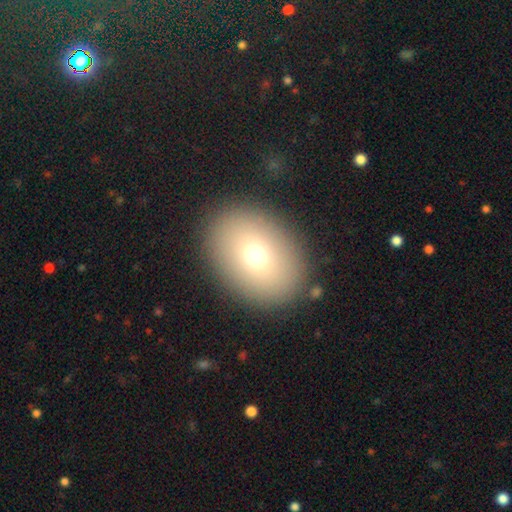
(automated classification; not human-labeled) smooth_or_featured: smooth (p=0.70) [alt: featured or disk p=0.16]
how_rounded: in between (p=0.64) [alt: round p=0.35]
merging: none (p=0.88) [alt: minor disturbance p=0.07]